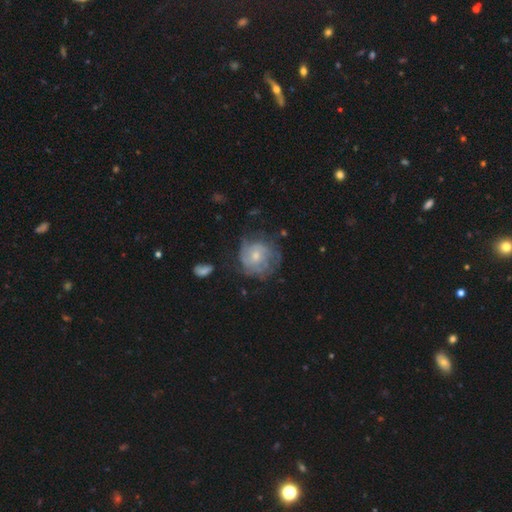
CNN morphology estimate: The model was most divided on "bulge size": small: 51%, moderate: 43%, large: 3%, none: 3%, dominant: 1%. More confident: edge-on disk — no (98%); bar — no (77%); spiral arms — yes (73%); smooth or featured — featured or disk (62%); merging — none (59%).